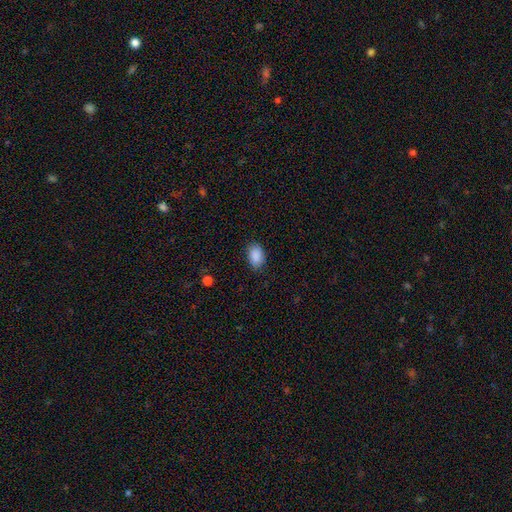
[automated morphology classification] A smooth galaxy with no disk features (89%) that is in between round and cigar-shaped (87%). Merging: none (84%).